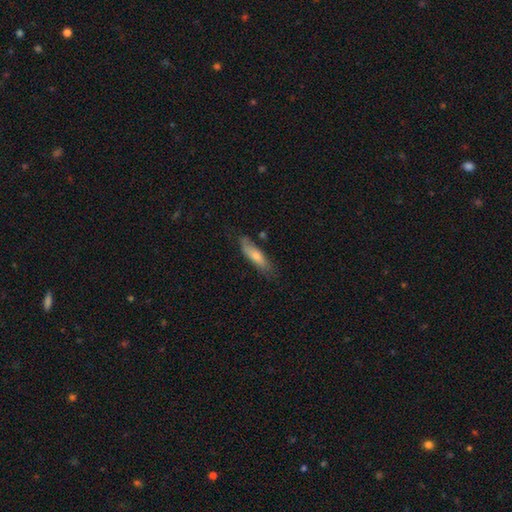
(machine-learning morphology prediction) type=smooth (50%); roundness=cigar-shaped (73%); merging=none (76%).